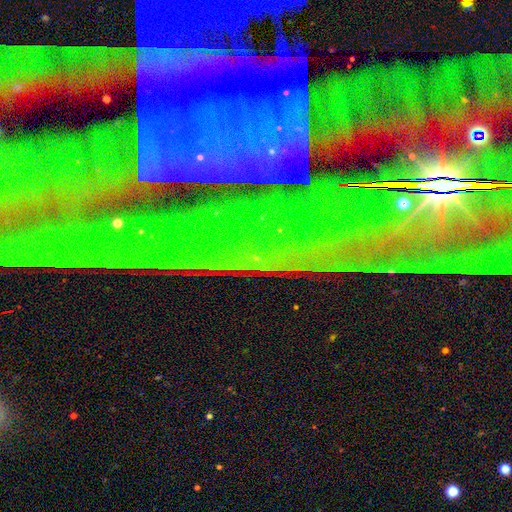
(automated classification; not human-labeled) This is likely a star or artifact rather than a galaxy (78%).